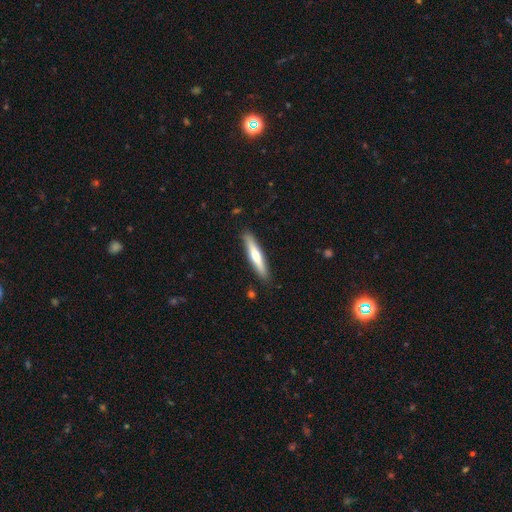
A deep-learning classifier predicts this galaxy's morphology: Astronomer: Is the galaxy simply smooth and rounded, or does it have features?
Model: smooth — 53% (runner-up: featured or disk, 42%).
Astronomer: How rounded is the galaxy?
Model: cigar-shaped — 89%.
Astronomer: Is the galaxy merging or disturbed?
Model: none — 89%.